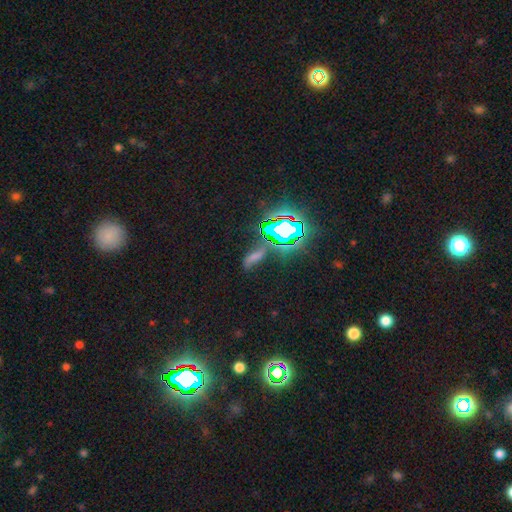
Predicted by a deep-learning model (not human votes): smooth 43%, star or artifact 37%, featured or disk 20%. Down the decision tree: merging — none (55%).